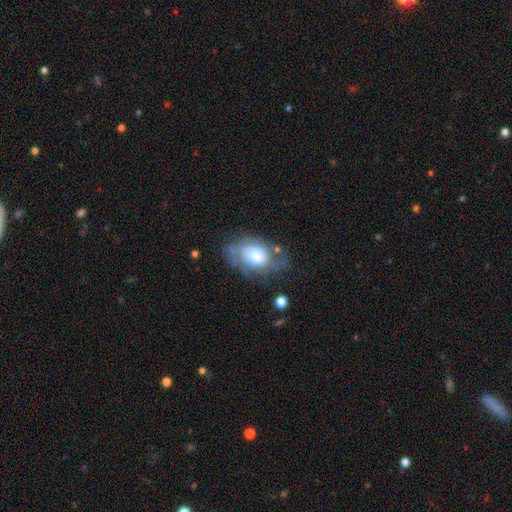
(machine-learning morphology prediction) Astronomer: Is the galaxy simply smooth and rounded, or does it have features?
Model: featured or disk — 47% (runner-up: smooth, 45%).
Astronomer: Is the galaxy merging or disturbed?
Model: none — 53%.